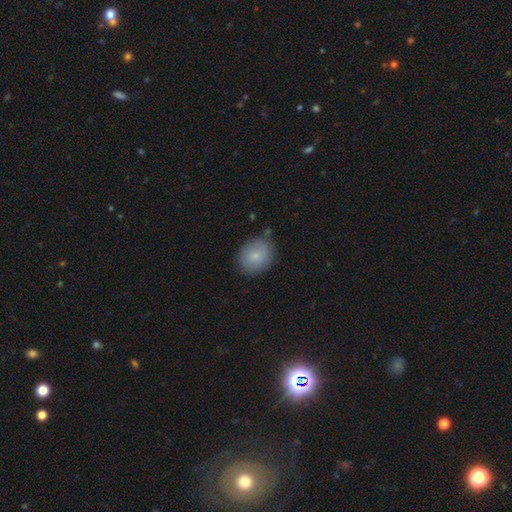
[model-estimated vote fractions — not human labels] Q: Smooth or featured?
A: smooth (76%); runner-up: featured or disk (17%)
Q: How rounded?
A: round (61%); runner-up: in between (38%)
Q: Merging?
A: none (81%); runner-up: minor disturbance (14%)